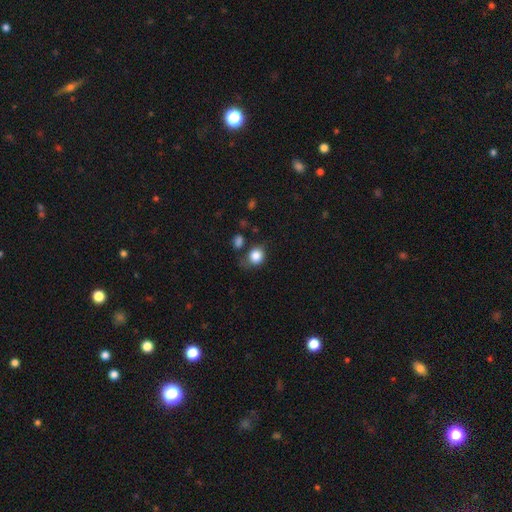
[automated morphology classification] The model was most divided on "merging": none: 59%, minor disturbance: 24%, major disturbance: 10%, merger: 8%. More confident: smooth or featured — smooth (84%); how rounded — round (72%).